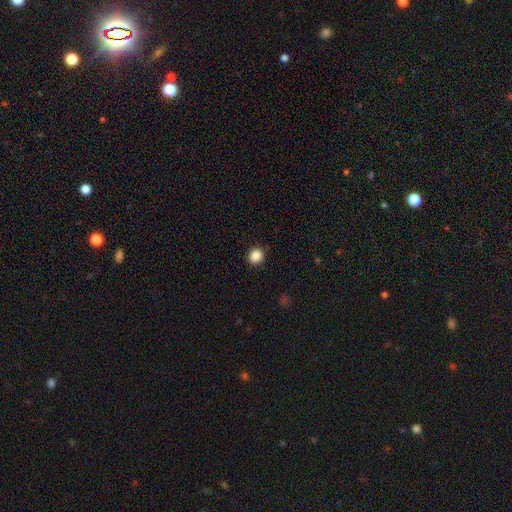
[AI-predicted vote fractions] Smooth or featured? Predicted: smooth (p=0.86). How rounded? Predicted: round (p=0.88). Merging? Predicted: none (p=0.91).